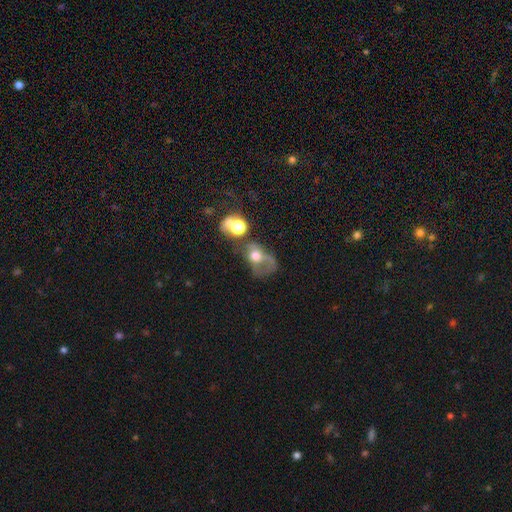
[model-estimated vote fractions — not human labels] A smooth galaxy with no disk features (45%).

Vote fractions:
- Smooth or featured? smooth: 45% / featured or disk: 39% / star or artifact: 16%
- Merging? major disturbance: 44% / merger: 20% / none: 20% / minor disturbance: 15%